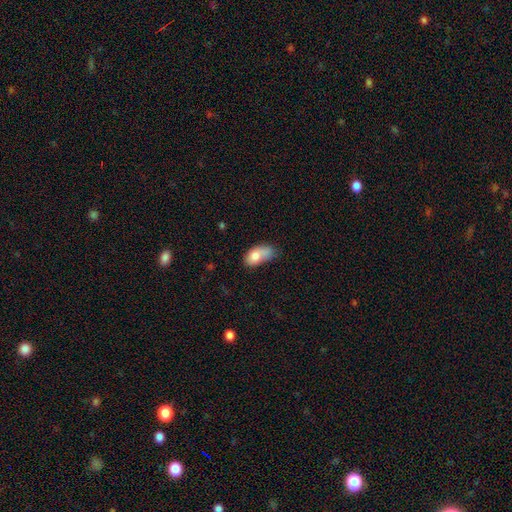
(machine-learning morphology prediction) Smooth or featured: smooth — 77% (featured or disk — 15%)
How rounded: in between — 90% (round — 6%)
Merging: minor disturbance — 35% (none — 30%)